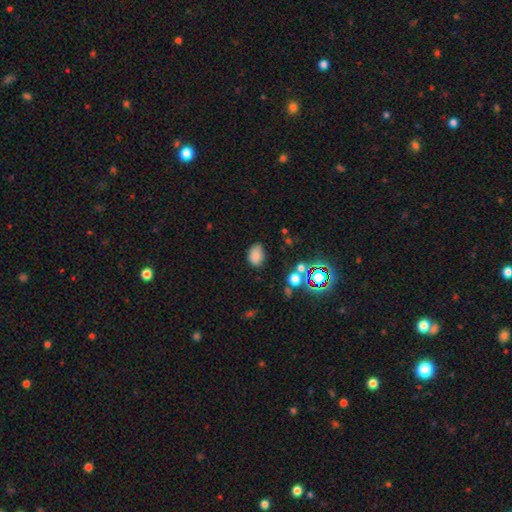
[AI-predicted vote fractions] This is likely a smooth galaxy (79%). How rounded: likely in between (78%). Merging: likely none (70%).